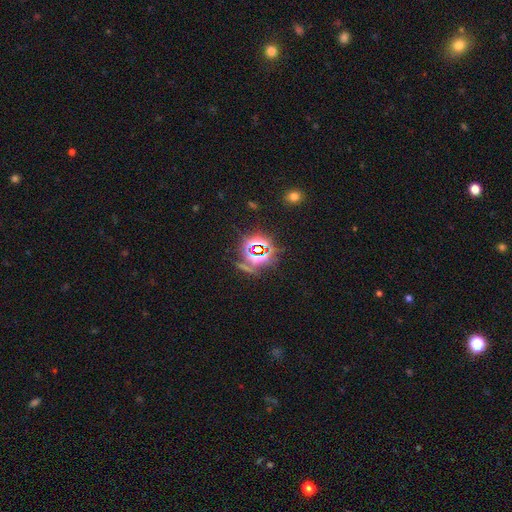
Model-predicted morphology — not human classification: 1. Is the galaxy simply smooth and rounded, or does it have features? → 79% star or artifact, 12% smooth, 9% featured or disk.